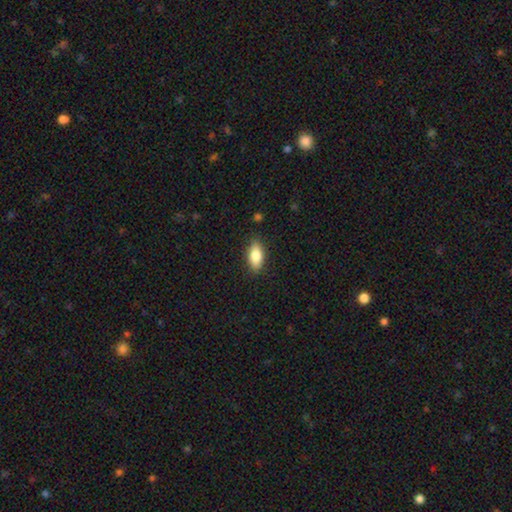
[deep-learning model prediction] Smooth or featured: smooth — 82% (featured or disk — 11%)
How rounded: in between — 86% (cigar-shaped — 10%)
Merging: none — 86% (minor disturbance — 10%)